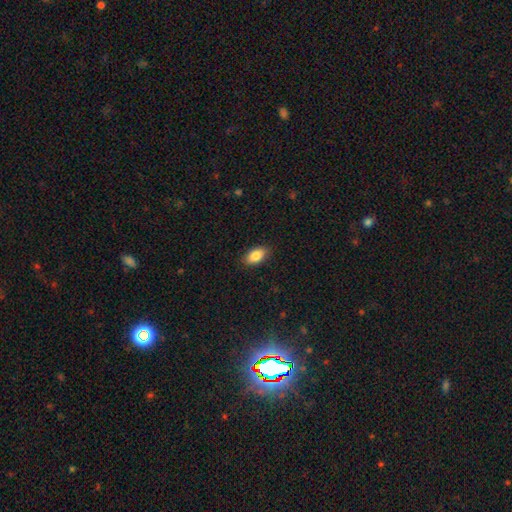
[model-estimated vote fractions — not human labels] This is clearly a smooth galaxy (85%). How rounded: clearly in between (91%). Merging: clearly none (88%).